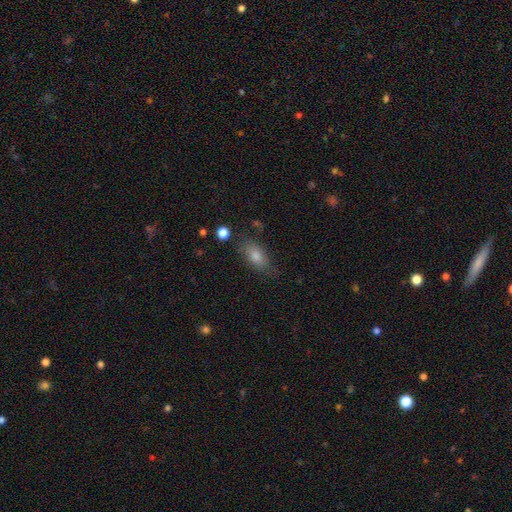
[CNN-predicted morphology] Q: Smooth or featured?
A: smooth (71%); runner-up: featured or disk (16%)
Q: How rounded?
A: in between (82%); runner-up: cigar-shaped (11%)
Q: Merging?
A: none (77%); runner-up: minor disturbance (16%)